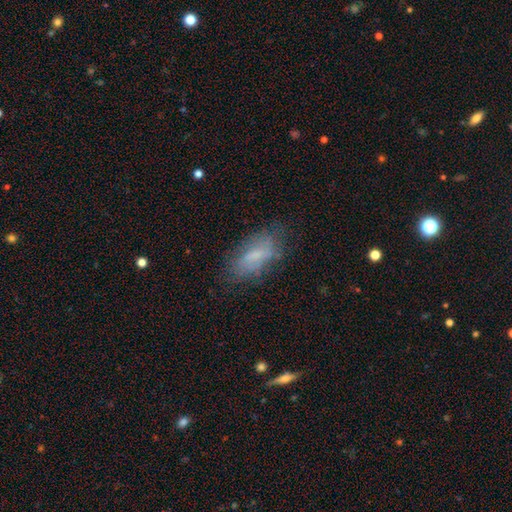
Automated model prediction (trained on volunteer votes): The model was most divided on "smooth or featured": smooth: 60%, featured or disk: 30%, star or artifact: 10%. More confident: how rounded — in between (83%); merging — none (63%).